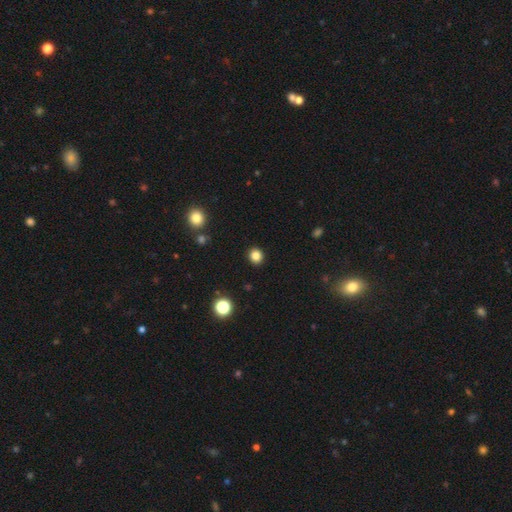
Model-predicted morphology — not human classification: smooth_or_featured: smooth (p=0.83) [alt: star or artifact p=0.12]
how_rounded: round (p=0.84) [alt: in between p=0.15]
merging: none (p=0.92) [alt: minor disturbance p=0.05]